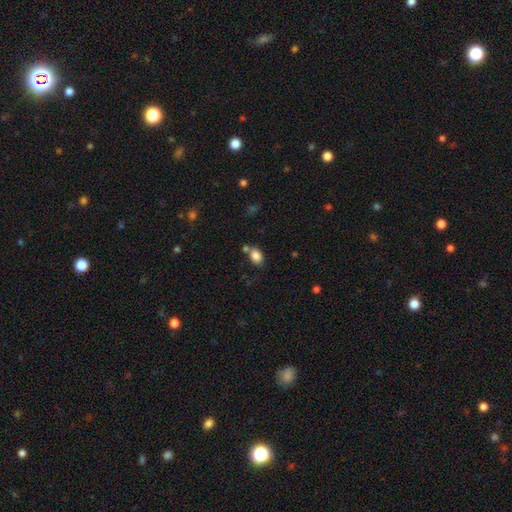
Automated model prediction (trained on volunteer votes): smooth 85%, star or artifact 9%, featured or disk 6%. Down the decision tree: how rounded — in between (75%); merging — none (64%).